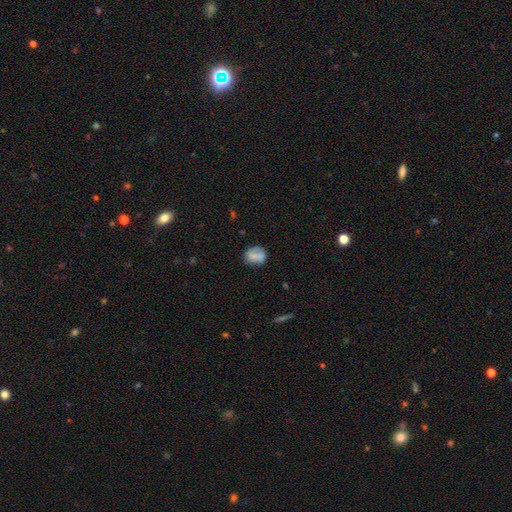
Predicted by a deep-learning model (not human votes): A smooth galaxy with no disk features (68%) that is round (53%).

Vote fractions:
- Smooth or featured? smooth: 68% / featured or disk: 23% / star or artifact: 10%
- How rounded? round: 53% / in between: 45% / cigar-shaped: 2%
- Merging? none: 63% / minor disturbance: 23% / major disturbance: 8% / merger: 6%